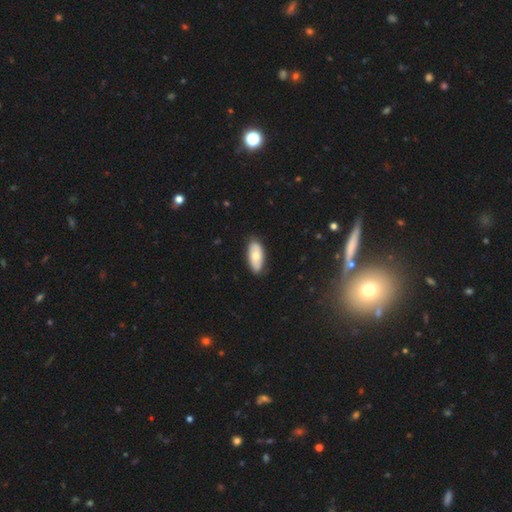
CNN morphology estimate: This is likely a smooth galaxy (63%). How rounded: clearly in between (90%). Merging: clearly none (84%).